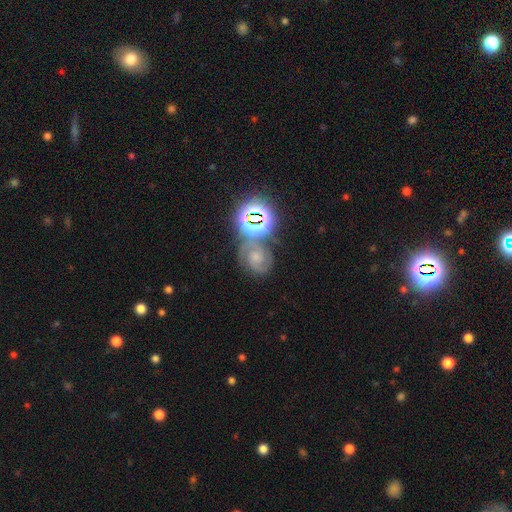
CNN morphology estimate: type=featured or disk (59%); edge-on=no (97%); bar=no (60%); spiral arms=yes (92%); winding=tight (52%); arm count=2 (69%); bulge=moderate (39%); merging=none (58%).